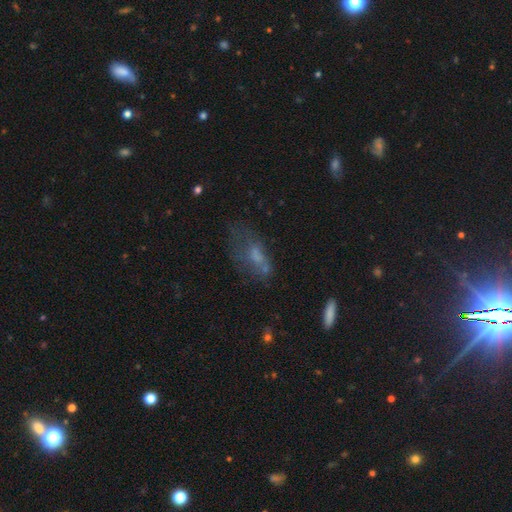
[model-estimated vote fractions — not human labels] Overall: smooth (49%; featured or disk 36%). Merging: none (34%; major disturbance 33%).